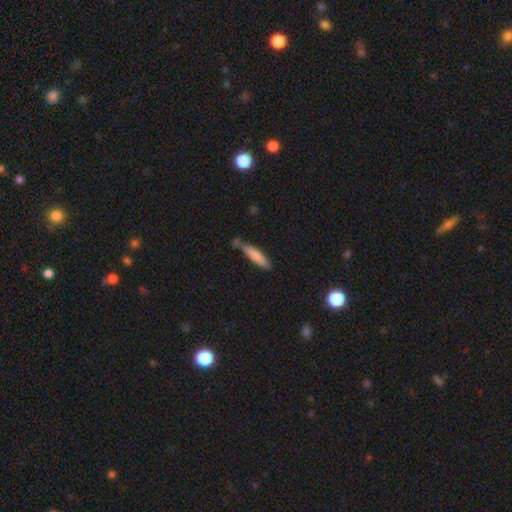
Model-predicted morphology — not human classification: This appears to be a smooth galaxy with no disk features (80%) that is cigar-shaped (81%). Merging: none (58%).